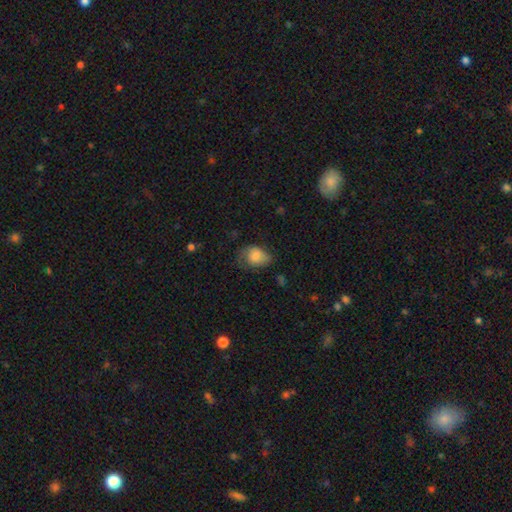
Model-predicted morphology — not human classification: This is likely a smooth galaxy (72%). How rounded: likely in between (73%). Merging: possibly none (49%).